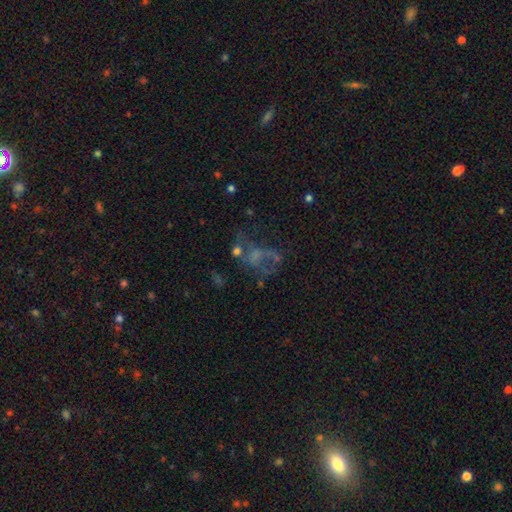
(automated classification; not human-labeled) Q: Smooth or featured?
A: featured or disk (48%); runner-up: star or artifact (27%)
Q: Merging?
A: major disturbance (37%); runner-up: none (34%)